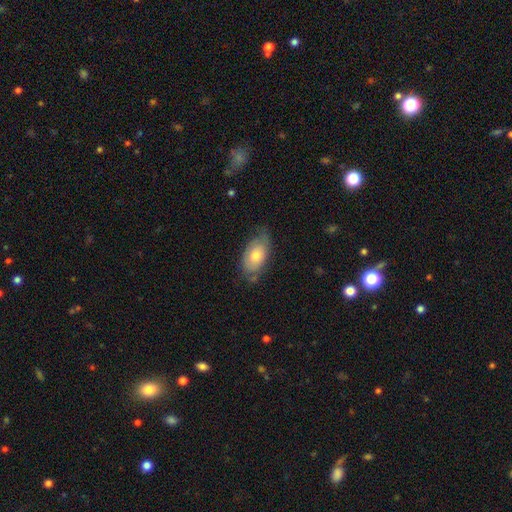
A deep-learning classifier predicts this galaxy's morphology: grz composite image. It shows a smooth galaxy with no disk features (64%) that is in between round and cigar-shaped (92%). Merging: none (60%).